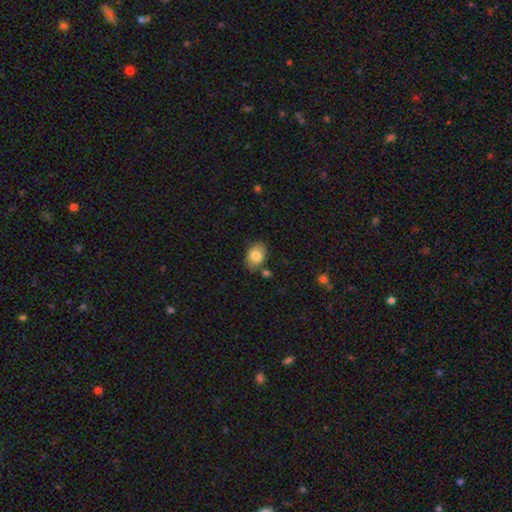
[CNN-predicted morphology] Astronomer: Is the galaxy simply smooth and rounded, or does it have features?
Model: smooth — 83%.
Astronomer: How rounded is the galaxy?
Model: in between — 74%.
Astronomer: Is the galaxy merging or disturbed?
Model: none — 77%.